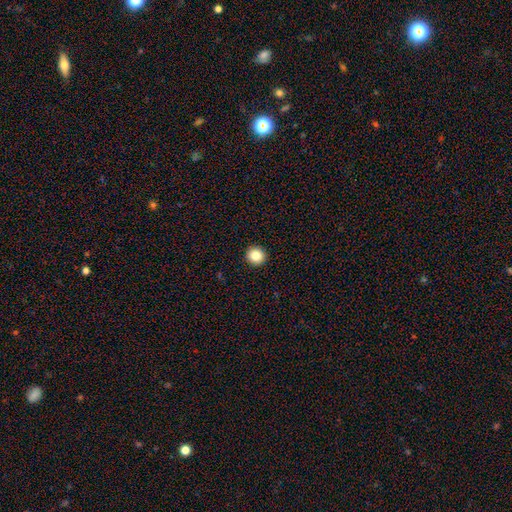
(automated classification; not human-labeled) The model was most divided on "smooth or featured": smooth: 83%, star or artifact: 10%, featured or disk: 6%. More confident: how rounded — round (94%); merging — none (94%).